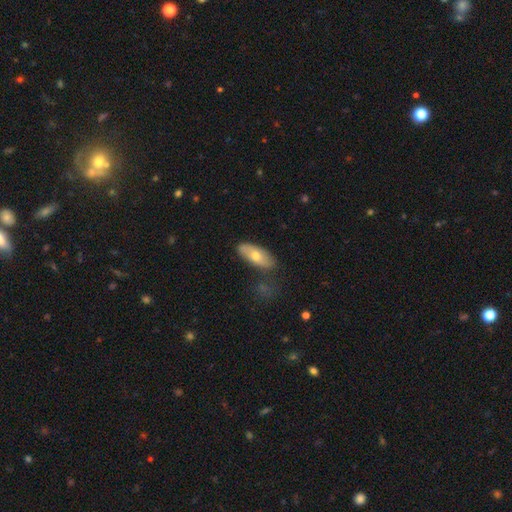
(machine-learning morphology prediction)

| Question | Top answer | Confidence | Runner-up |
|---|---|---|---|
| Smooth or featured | smooth | 61% | featured or disk (32%) |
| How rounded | in between | 79% | cigar-shaped (18%) |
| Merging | none | 73% | minor disturbance (18%) |